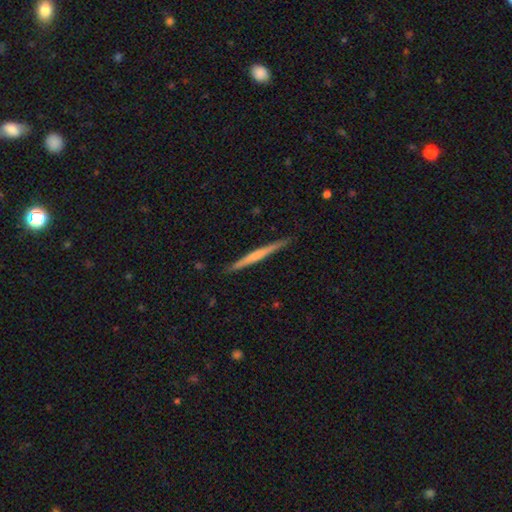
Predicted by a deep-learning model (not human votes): Smooth or featured? featured or disk (51%)
Edge-on disk? yes (98%)
Merging? none (90%)